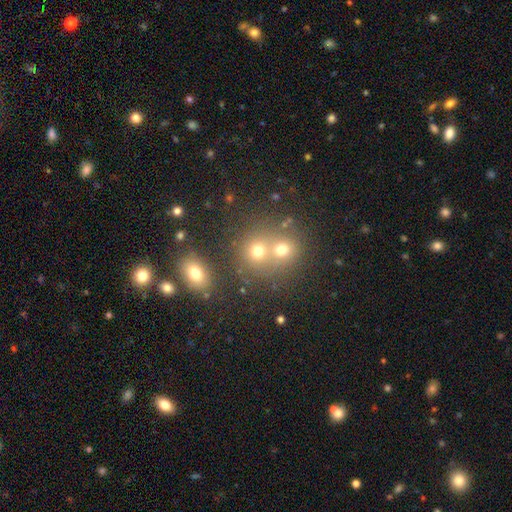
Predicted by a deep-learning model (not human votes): A smooth galaxy with no disk features (67%) that is round (78%).

Vote fractions:
- Smooth or featured? smooth: 67% / star or artifact: 20% / featured or disk: 12%
- How rounded? round: 78% / in between: 21% / cigar-shaped: 1%
- Merging? none: 46% / merger: 45% / minor disturbance: 6% / major disturbance: 3%